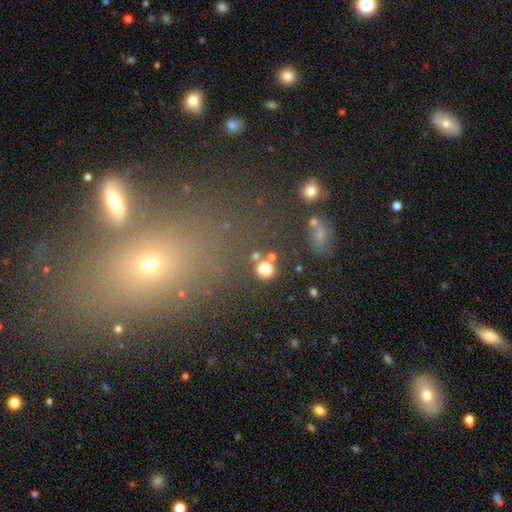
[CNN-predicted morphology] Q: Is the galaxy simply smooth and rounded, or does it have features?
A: smooth — 48%.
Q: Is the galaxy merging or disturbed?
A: none — 64%.